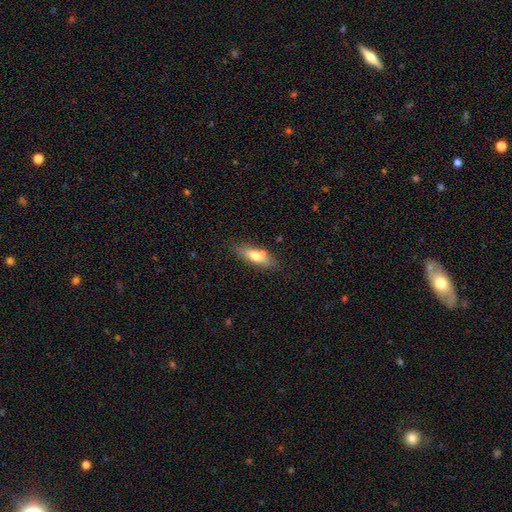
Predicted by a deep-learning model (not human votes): smooth-or-featured: smooth: 64% | featured or disk: 29% | star or artifact: 7%
  how-rounded: in between: 54% | cigar-shaped: 43% | round: 3%
  merging: none: 74% | minor disturbance: 14% | merger: 10% | major disturbance: 3%